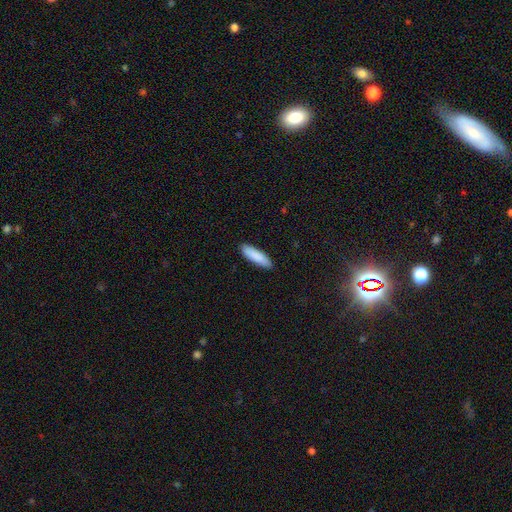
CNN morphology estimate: Q: Smooth or featured?
A: smooth (89%); runner-up: featured or disk (6%)
Q: How rounded?
A: cigar-shaped (62%); runner-up: in between (36%)
Q: Merging?
A: none (90%); runner-up: minor disturbance (7%)